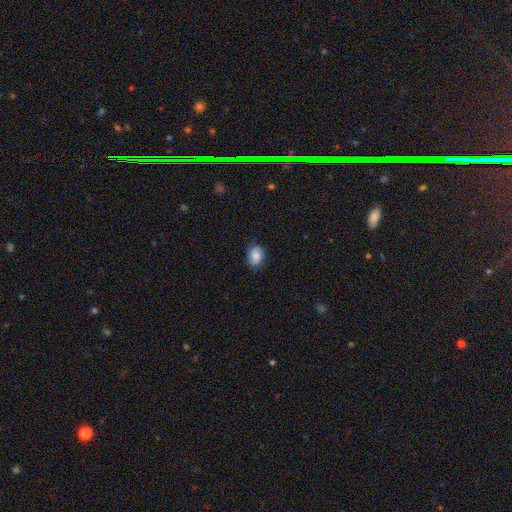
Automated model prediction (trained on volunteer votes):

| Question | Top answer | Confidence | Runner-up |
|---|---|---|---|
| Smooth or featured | smooth | 85% | star or artifact (8%) |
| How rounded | in between | 64% | round (34%) |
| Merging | none | 82% | minor disturbance (14%) |